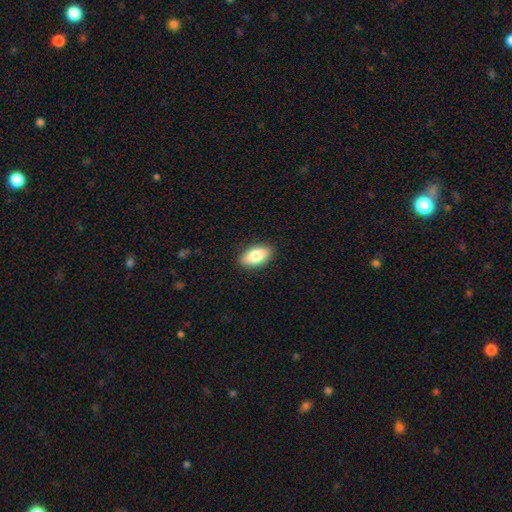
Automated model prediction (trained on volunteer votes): smooth 80%, featured or disk 13%, star or artifact 7%. Down the decision tree: how rounded — in between (92%); merging — none (89%).